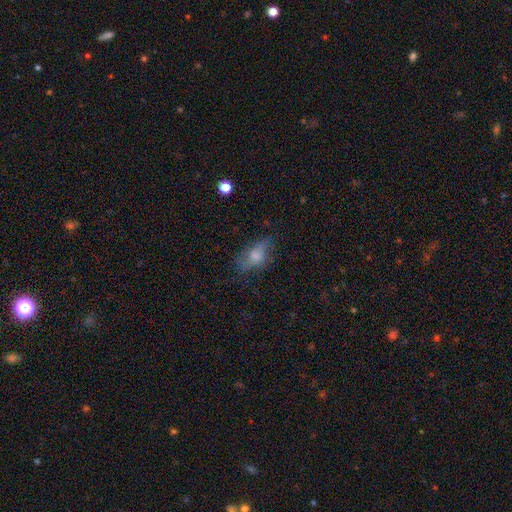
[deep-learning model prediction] Morphology: type=smooth (57%); roundness=in between (79%); merging=none (55%).